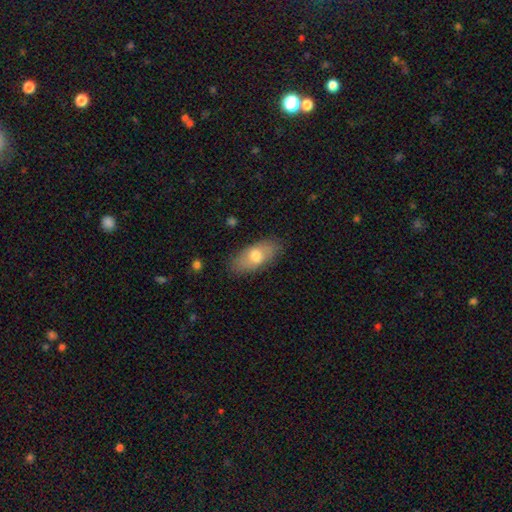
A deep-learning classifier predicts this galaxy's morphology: Smooth or featured: smooth — 69% (featured or disk — 24%)
How rounded: in between — 86% (cigar-shaped — 9%)
Merging: none — 83% (minor disturbance — 13%)